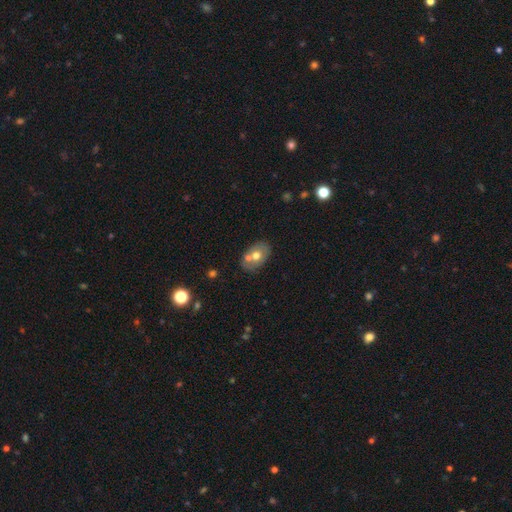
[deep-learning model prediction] Overall: smooth (62%; featured or disk 30%). How rounded: in between (81%). Merging: none (60%; merger 22%).